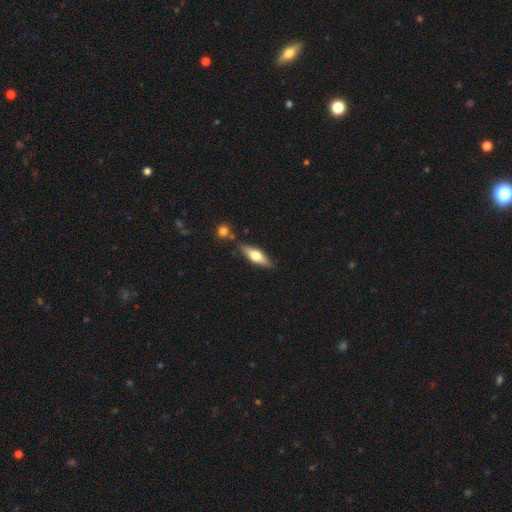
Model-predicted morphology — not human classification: This is possibly a smooth galaxy (55%). How rounded: possibly in between (50%). Merging: likely none (79%).